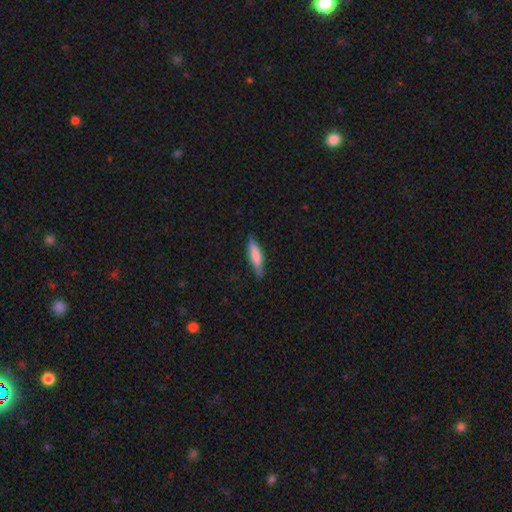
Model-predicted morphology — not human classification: This appears to be a smooth galaxy with no disk features (71%) that is cigar-shaped (75%). Merging: none (80%).